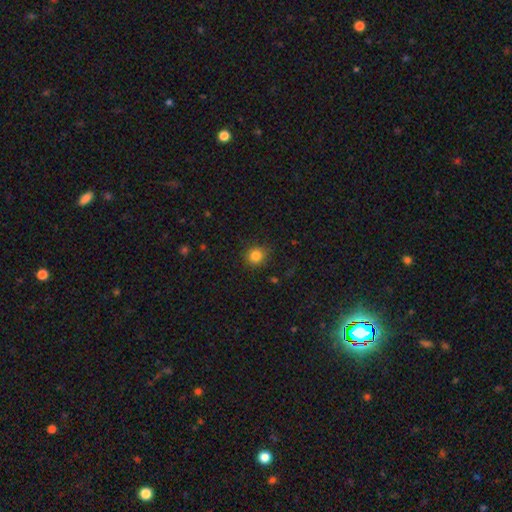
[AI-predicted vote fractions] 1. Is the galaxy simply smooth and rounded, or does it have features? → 83% smooth, 12% star or artifact, 5% featured or disk.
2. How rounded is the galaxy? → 89% round, 10% in between, 1% cigar-shaped.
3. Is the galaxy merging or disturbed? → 86% none, 10% minor disturbance, 3% major disturbance, 1% merger.